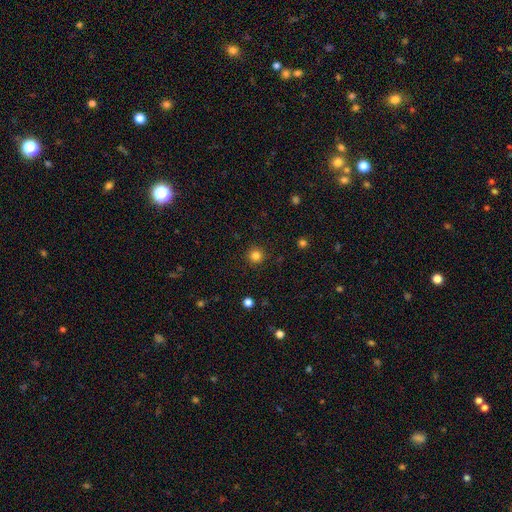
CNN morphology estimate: Smooth or featured: smooth — 83% (star or artifact — 13%)
How rounded: round — 96% (in between — 4%)
Merging: none — 92% (minor disturbance — 5%)